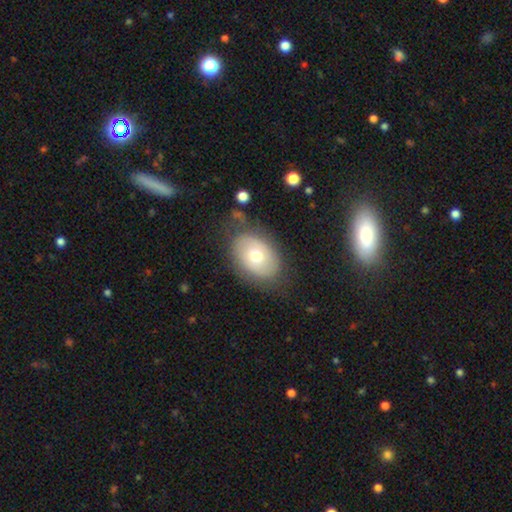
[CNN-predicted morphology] Smooth or featured? Predicted: smooth (p=0.61). How rounded? Predicted: in between (p=0.74). Merging? Predicted: none (p=0.72).